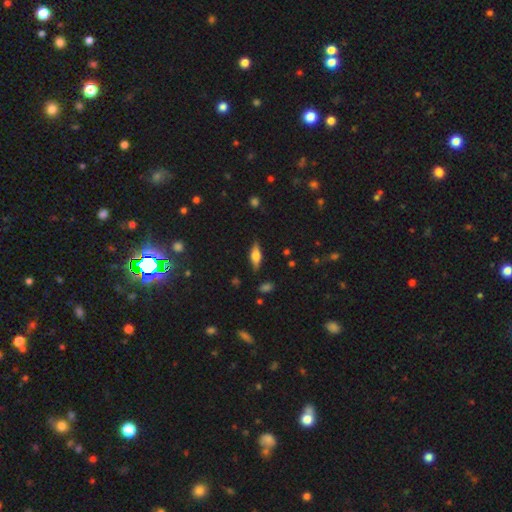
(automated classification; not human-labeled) Smooth or featured?
  - smooth: 53% *
  - featured or disk: 40%
  - star or artifact: 8%
How rounded?
  - in between: 63% *
  - cigar-shaped: 34%
  - round: 3%
Merging?
  - none: 83% *
  - minor disturbance: 13%
  - major disturbance: 3%
  - merger: 1%